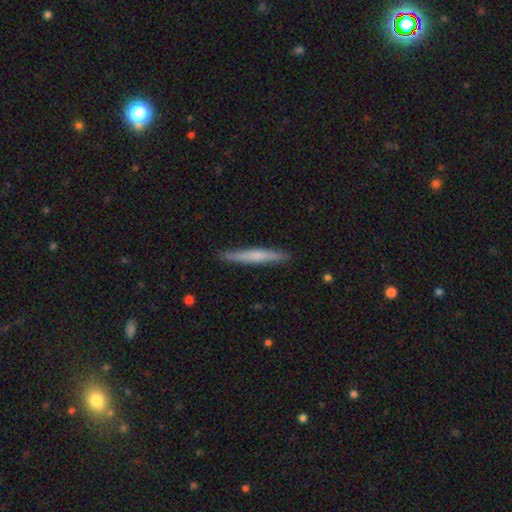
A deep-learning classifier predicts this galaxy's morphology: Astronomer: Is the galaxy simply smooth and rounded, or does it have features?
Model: smooth — 60% (runner-up: featured or disk, 35%).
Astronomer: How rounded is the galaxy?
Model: cigar-shaped — 96%.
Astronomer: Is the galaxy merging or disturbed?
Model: none — 90%.